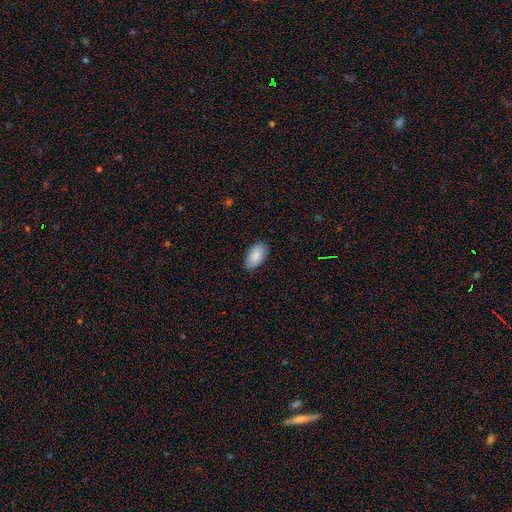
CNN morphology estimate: smooth-or-featured: smooth: 88% | featured or disk: 6% | star or artifact: 6%
  how-rounded: in between: 95% | round: 4% | cigar-shaped: 2%
  merging: none: 82% | minor disturbance: 15% | major disturbance: 2% | merger: 1%